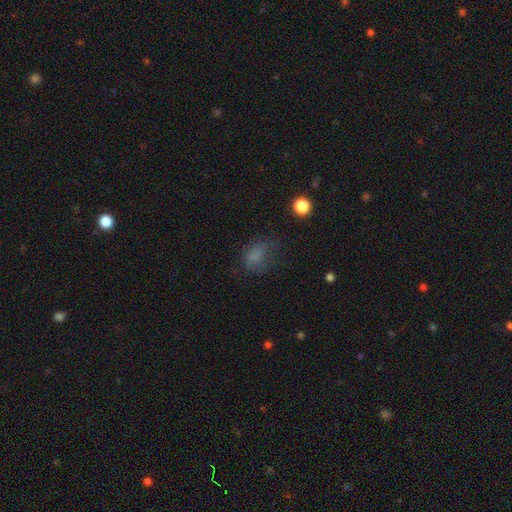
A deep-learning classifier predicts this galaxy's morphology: Q: Smooth or featured?
A: smooth (73%); runner-up: star or artifact (17%)
Q: How rounded?
A: in between (73%); runner-up: round (25%)
Q: Merging?
A: none (55%); runner-up: minor disturbance (24%)